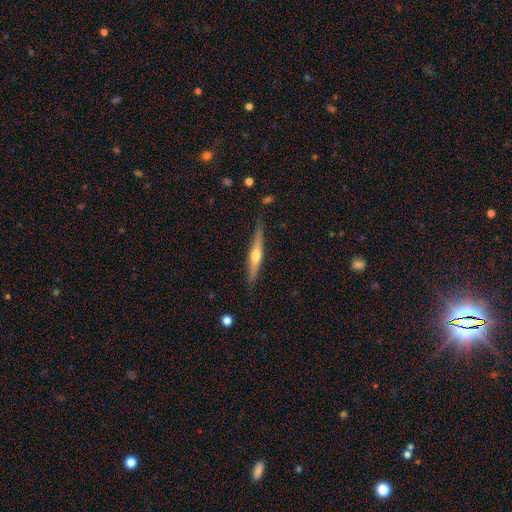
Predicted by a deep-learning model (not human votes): Smooth or featured?
  - featured or disk: 64% *
  - smooth: 31%
  - star or artifact: 6%
Edge-on disk?
  - yes: 96% *
  - no: 4%
Edge-on bulge?
  - rounded: 89% *
  - none: 7%
  - boxy: 4%
Merging?
  - none: 86% *
  - minor disturbance: 11%
  - major disturbance: 2%
  - merger: 1%